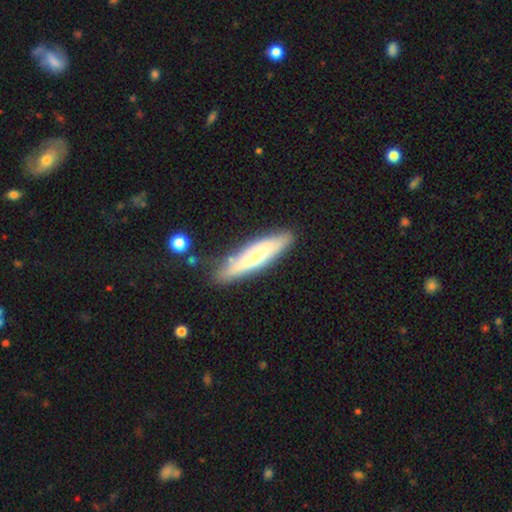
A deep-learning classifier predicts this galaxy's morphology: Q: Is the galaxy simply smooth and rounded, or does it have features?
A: smooth — 51%.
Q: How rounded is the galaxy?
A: cigar-shaped — 77%.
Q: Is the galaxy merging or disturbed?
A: none — 79%.